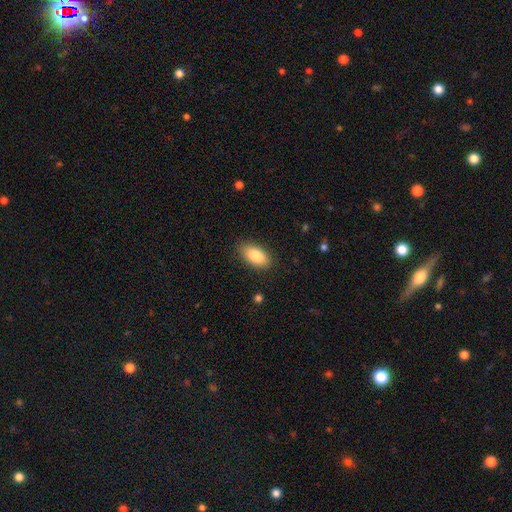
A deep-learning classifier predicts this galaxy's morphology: Smooth or featured? Predicted: smooth (p=0.85). How rounded? Predicted: in between (p=0.92). Merging? Predicted: none (p=0.87).